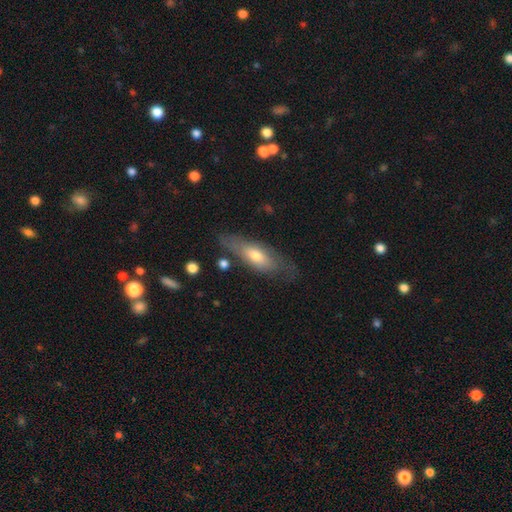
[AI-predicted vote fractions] Smooth or featured? smooth (53%)
How rounded? in between (60%)
Merging? none (62%)